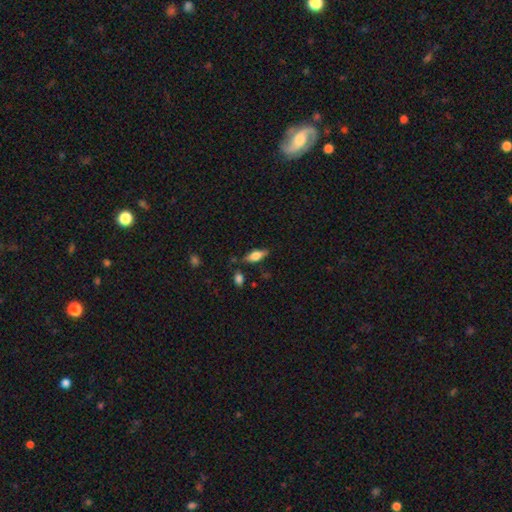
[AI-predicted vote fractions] A smooth galaxy with no disk features (56%) that is in between round and cigar-shaped (70%).

Vote fractions:
- Smooth or featured? smooth: 56% / featured or disk: 37% / star or artifact: 8%
- How rounded? in between: 70% / cigar-shaped: 26% / round: 3%
- Merging? none: 77% / minor disturbance: 15% / merger: 4% / major disturbance: 4%